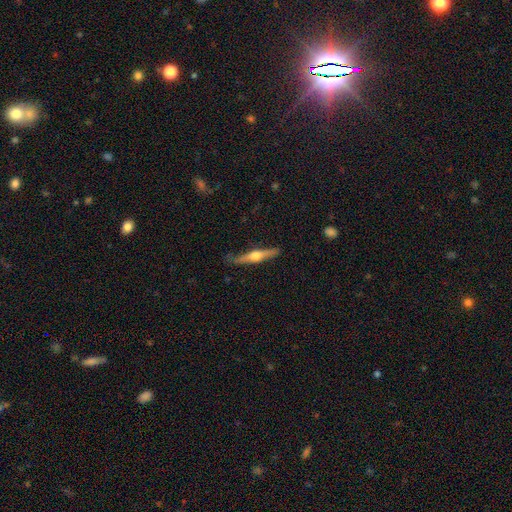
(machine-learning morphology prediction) A featured or disk galaxy (69%) viewed edge-on (97%) with a rounded central bulge (94%). Merging: none (83%).